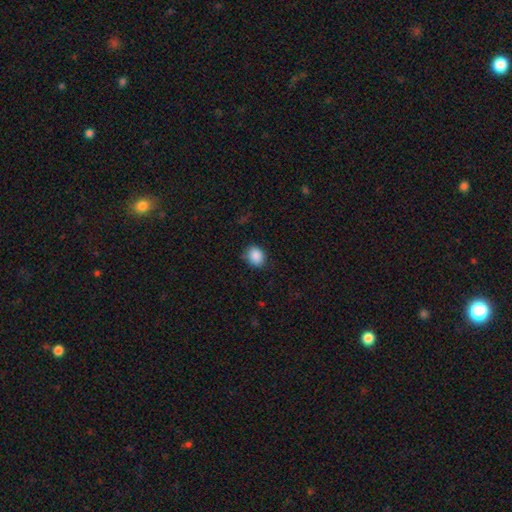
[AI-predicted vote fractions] smooth 88%, star or artifact 8%, featured or disk 3%. Down the decision tree: how rounded — round (54%); merging — none (81%).